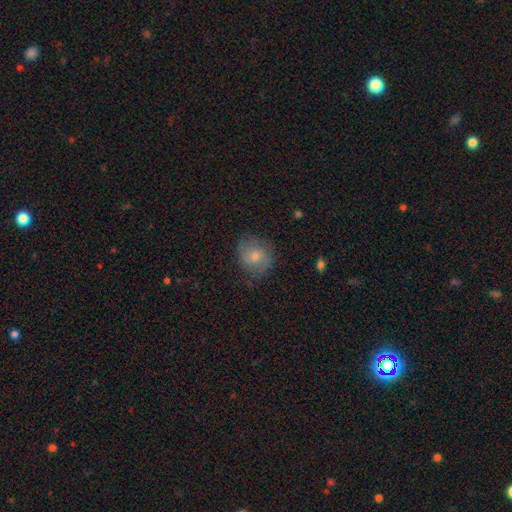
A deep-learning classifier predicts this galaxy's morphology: This appears to be a featured or disk galaxy (47%). Merging: none (75%).